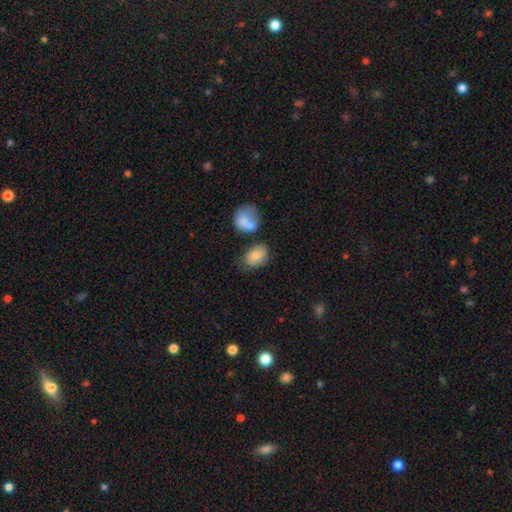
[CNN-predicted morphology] Smooth or featured? smooth (81%)
How rounded? in between (79%)
Merging? none (55%)